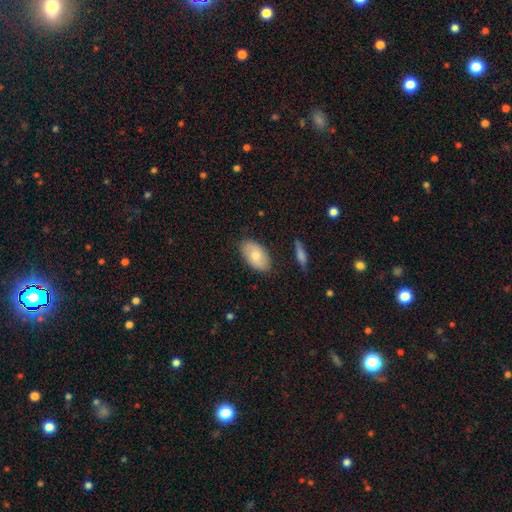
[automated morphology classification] Overall: smooth (72%). How rounded: in between (94%). Merging: none (82%).